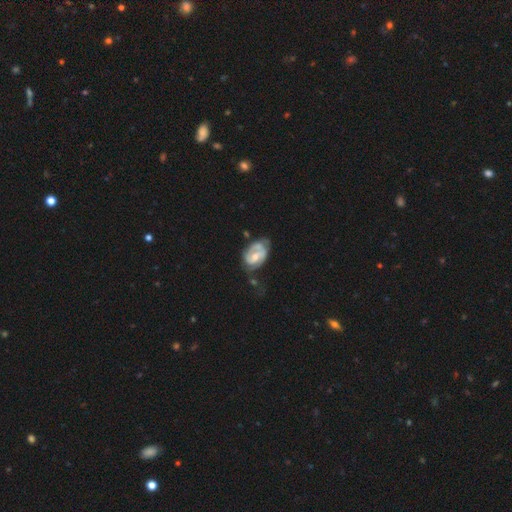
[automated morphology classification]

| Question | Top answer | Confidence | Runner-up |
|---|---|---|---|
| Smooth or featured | featured or disk | 68% | smooth (27%) |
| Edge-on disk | no | 97% | yes (3%) |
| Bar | no | 49% | weak (40%) |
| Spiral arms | yes | 70% | no (30%) |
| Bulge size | moderate | 61% | small (31%) |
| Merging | none | 35% | minor disturbance (34%) |